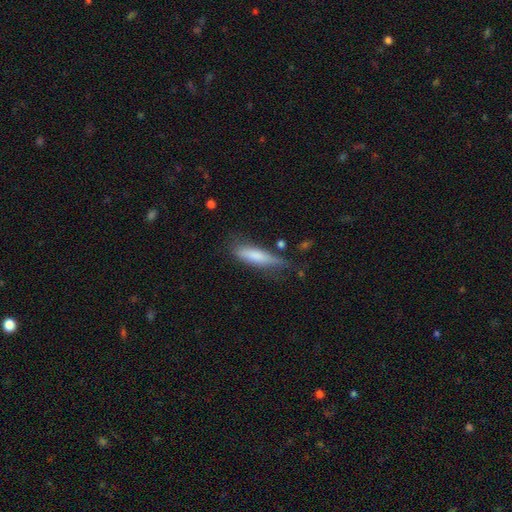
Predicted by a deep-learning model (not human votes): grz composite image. It shows a smooth galaxy with no disk features (76%) that is cigar-shaped (68%). Merging: none (59%).